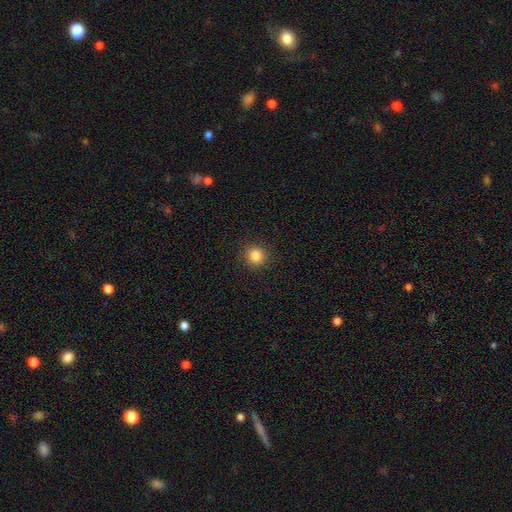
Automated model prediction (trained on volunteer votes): A smooth galaxy with no disk features (84%) that is round (92%). Merging: none (91%).